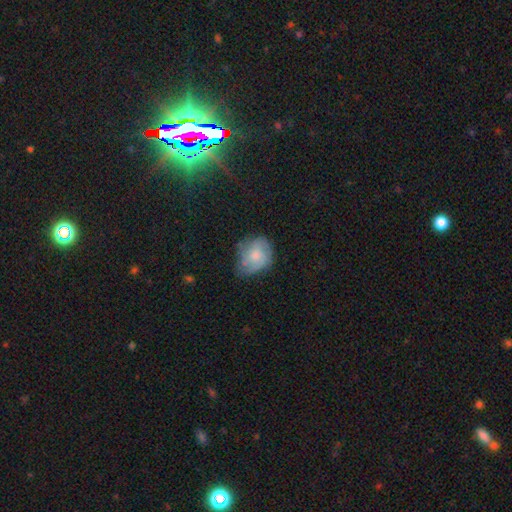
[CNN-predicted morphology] Overall: smooth (60%; featured or disk 33%). How rounded: in between (53%; round 46%). Merging: none (47%; minor disturbance 36%).